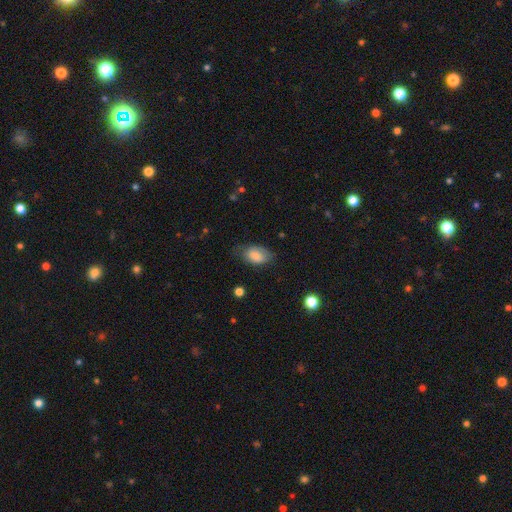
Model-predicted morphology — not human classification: smooth-or-featured: smooth: 82% | featured or disk: 11% | star or artifact: 7%
  how-rounded: in between: 90% | round: 9% | cigar-shaped: 2%
  merging: none: 60% | minor disturbance: 29% | major disturbance: 10% | merger: 1%